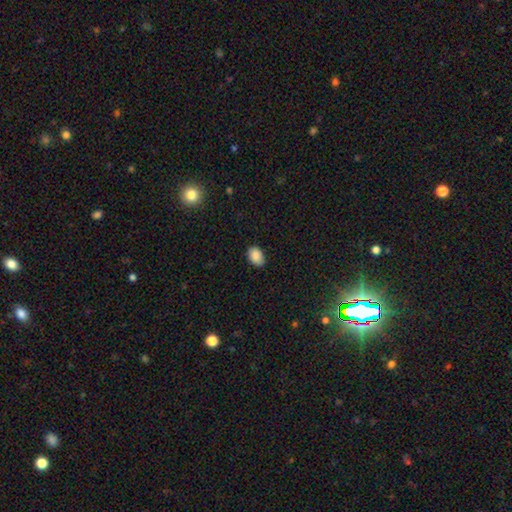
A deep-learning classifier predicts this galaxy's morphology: This appears to be a smooth galaxy with no disk features (88%) that is in between round and cigar-shaped (84%). Merging: none (81%).